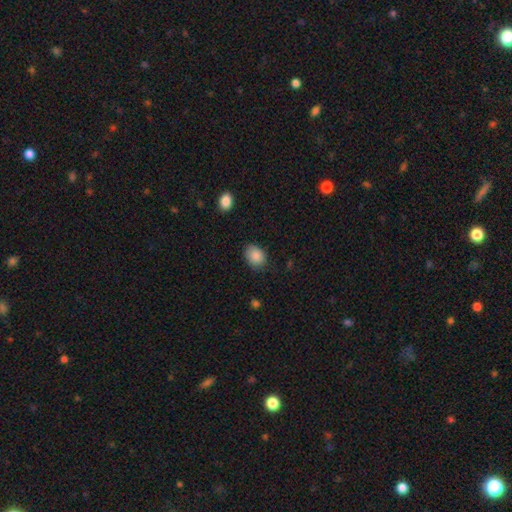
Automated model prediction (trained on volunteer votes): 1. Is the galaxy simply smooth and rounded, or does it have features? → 88% smooth, 8% star or artifact, 5% featured or disk.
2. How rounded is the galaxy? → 64% in between, 35% round, 1% cigar-shaped.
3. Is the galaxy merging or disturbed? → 80% none, 15% minor disturbance, 3% major disturbance, 1% merger.